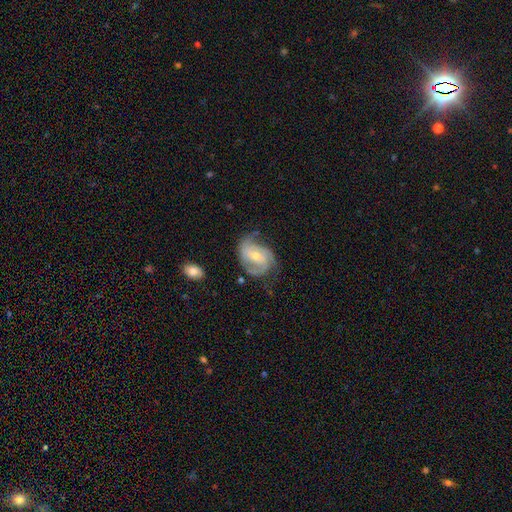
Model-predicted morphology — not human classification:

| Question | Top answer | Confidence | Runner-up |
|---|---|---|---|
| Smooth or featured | featured or disk | 82% | smooth (12%) |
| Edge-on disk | no | 97% | yes (3%) |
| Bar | no | 45% | weak (42%) |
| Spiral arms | yes | 94% | no (6%) |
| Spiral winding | medium | 45% | tight (40%) |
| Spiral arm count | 2 | 44% | 3 (30%) |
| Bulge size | moderate | 50% | small (46%) |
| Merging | none | 57% | minor disturbance (26%) |